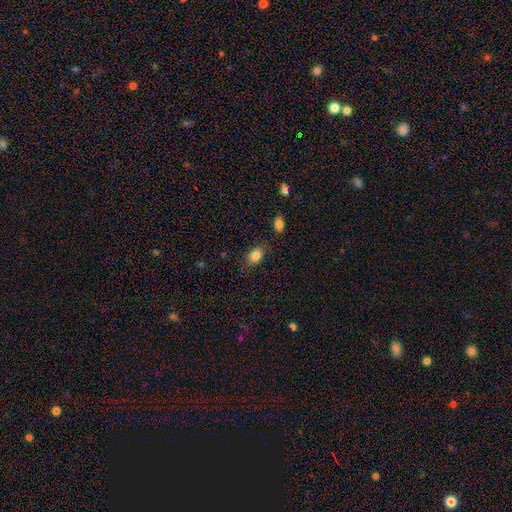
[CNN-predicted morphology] This appears to be a smooth galaxy with no disk features (84%) that is in between round and cigar-shaped (72%). Merging: none (78%).